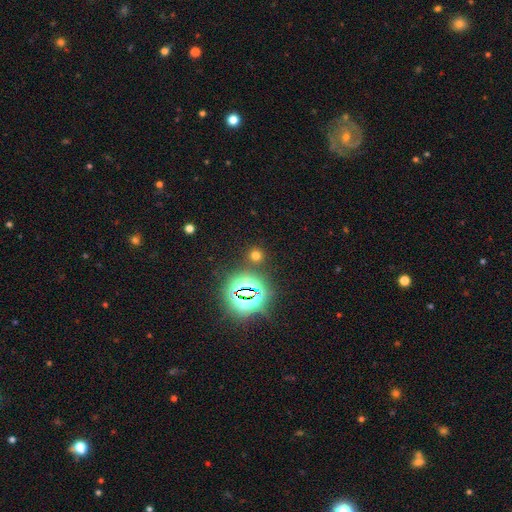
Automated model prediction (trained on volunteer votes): This appears to be a smooth galaxy with no disk features (58%) that is round (89%). Merging: none (84%).